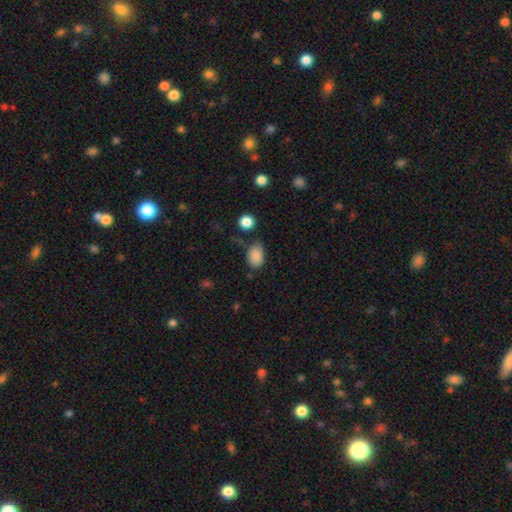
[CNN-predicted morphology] Smooth or featured? Predicted: smooth (p=0.87). How rounded? Predicted: in between (p=0.80). Merging? Predicted: none (p=0.61).